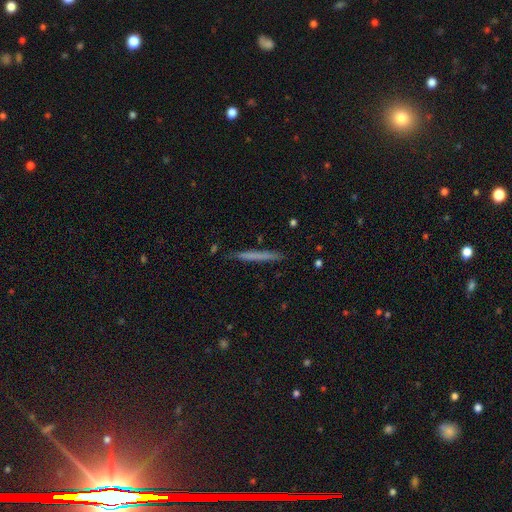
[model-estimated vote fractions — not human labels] Overall: smooth (62%; featured or disk 32%). How rounded: cigar-shaped (97%). Merging: none (88%).